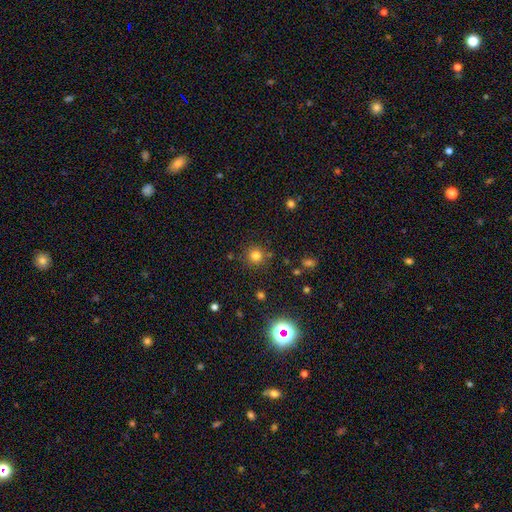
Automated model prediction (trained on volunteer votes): A smooth galaxy with no disk features (77%) that is round (94%).

Vote fractions:
- Smooth or featured? smooth: 77% / star or artifact: 16% / featured or disk: 6%
- How rounded? round: 94% / in between: 6% / cigar-shaped: 1%
- Merging? none: 85% / minor disturbance: 8% / merger: 4% / major disturbance: 3%